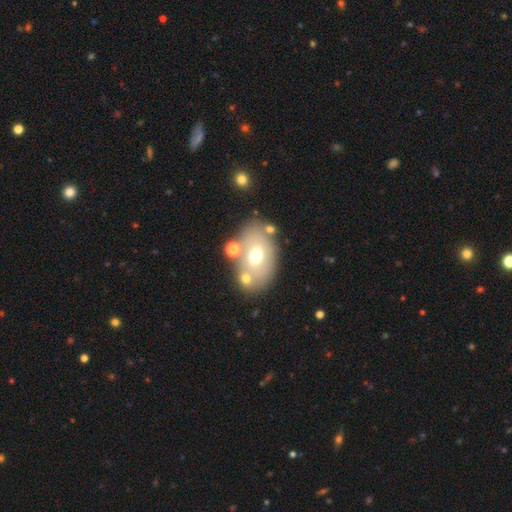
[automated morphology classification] A smooth galaxy with no disk features (59%) that is in between round and cigar-shaped (83%). Merging: none (69%).